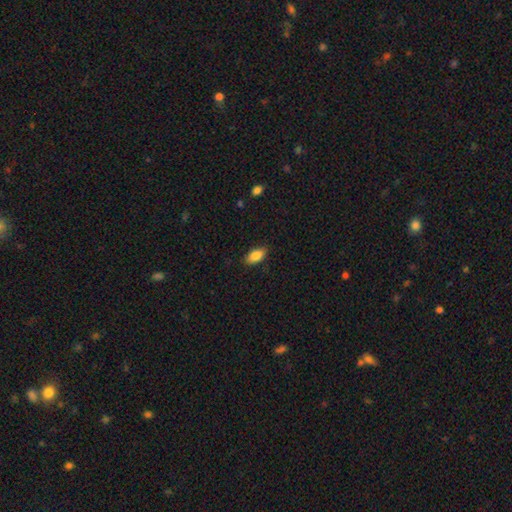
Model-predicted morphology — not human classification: smooth 86%, star or artifact 7%, featured or disk 7%. Down the decision tree: how rounded — in between (90%); merging — none (87%).